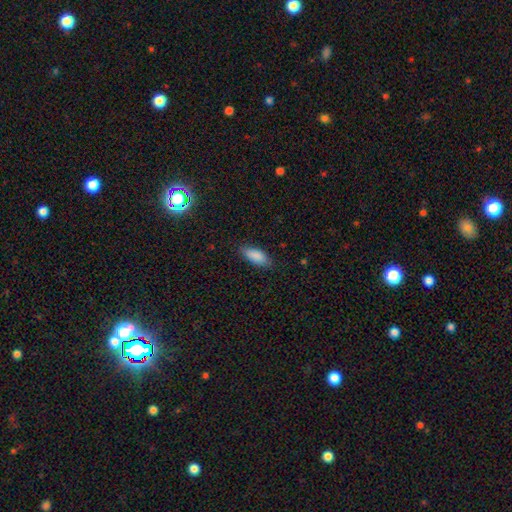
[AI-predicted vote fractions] A smooth galaxy with no disk features (88%) that is in between round and cigar-shaped (80%). Merging: none (83%).